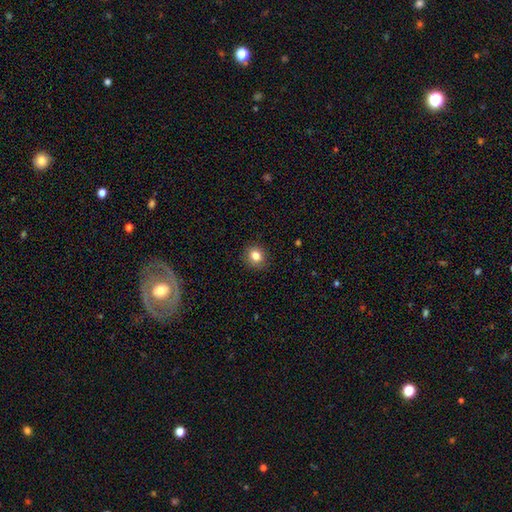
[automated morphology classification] Q: Smooth or featured?
A: smooth (82%); runner-up: star or artifact (11%)
Q: How rounded?
A: round (83%); runner-up: in between (16%)
Q: Merging?
A: none (90%); runner-up: minor disturbance (7%)